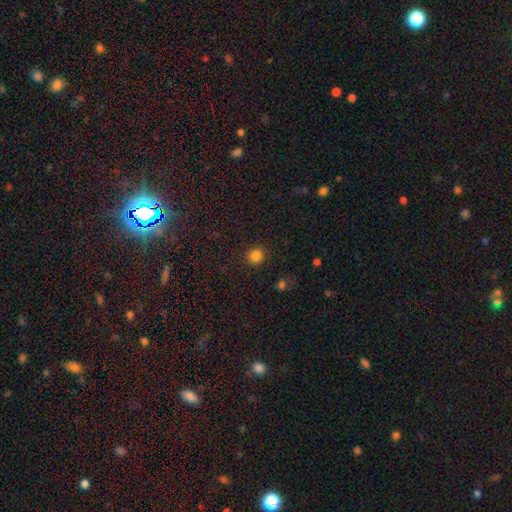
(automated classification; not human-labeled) smooth_or_featured: smooth (p=0.84) [alt: star or artifact p=0.13]
how_rounded: round (p=0.92) [alt: in between p=0.07]
merging: none (p=0.89) [alt: minor disturbance p=0.07]